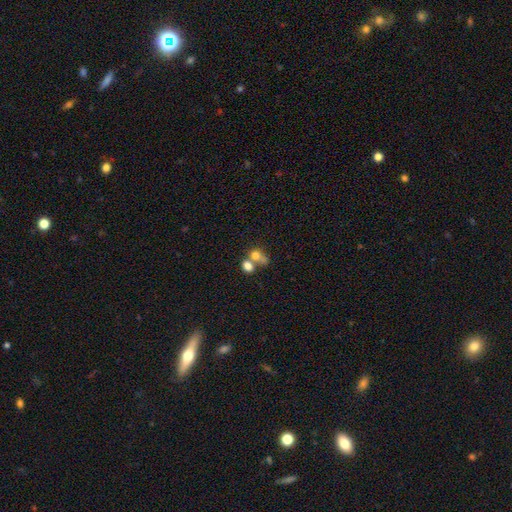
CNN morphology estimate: The model was most divided on "how rounded": round: 53%, in between: 46%, cigar-shaped: 2%. More confident: smooth or featured — smooth (73%); merging — merger (61%).